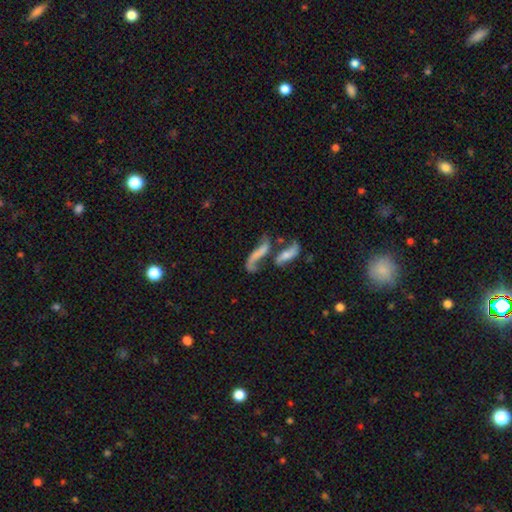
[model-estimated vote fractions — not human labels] Morphology: type=featured or disk (53%); edge-on=no (74%); merging=merger (50%).